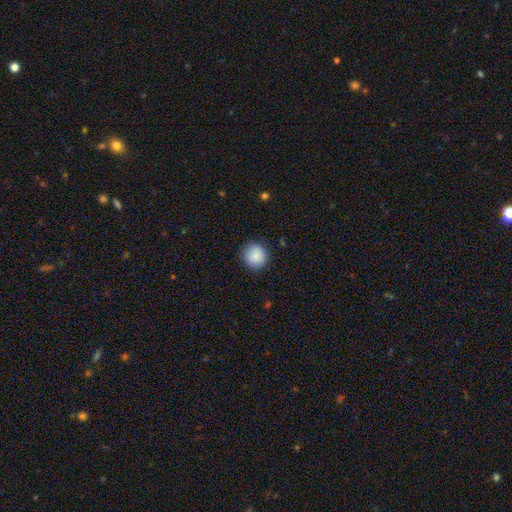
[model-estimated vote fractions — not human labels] Smooth or featured? smooth (88%)
How rounded? round (93%)
Merging? none (90%)